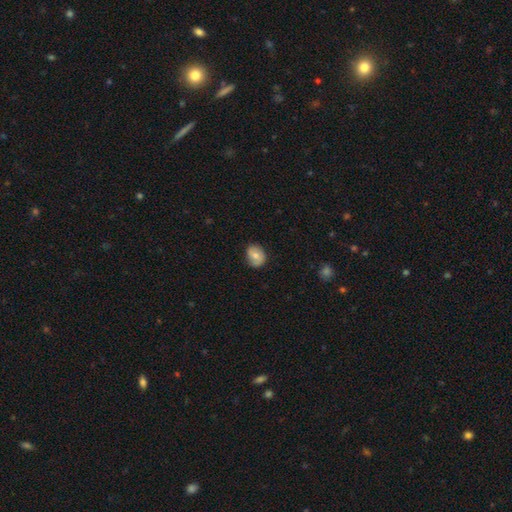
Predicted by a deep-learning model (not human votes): Q: Smooth or featured?
A: smooth (65%); runner-up: featured or disk (27%)
Q: How rounded?
A: round (58%); runner-up: in between (41%)
Q: Merging?
A: none (74%); runner-up: minor disturbance (21%)